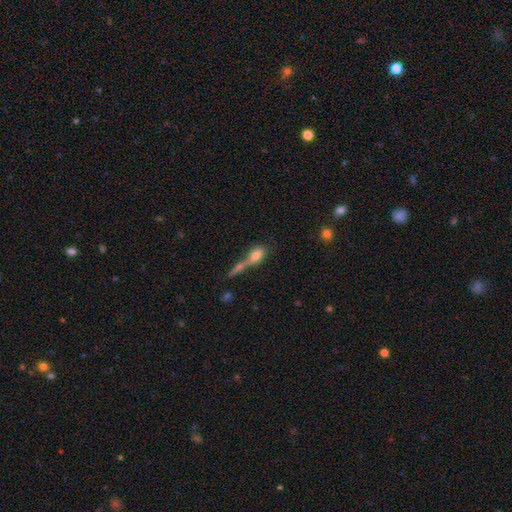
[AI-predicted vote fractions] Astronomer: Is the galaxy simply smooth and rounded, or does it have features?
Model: smooth — 68%.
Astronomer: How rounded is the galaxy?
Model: in between — 65%.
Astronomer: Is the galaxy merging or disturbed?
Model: merger — 51% (runner-up: none, 29%).